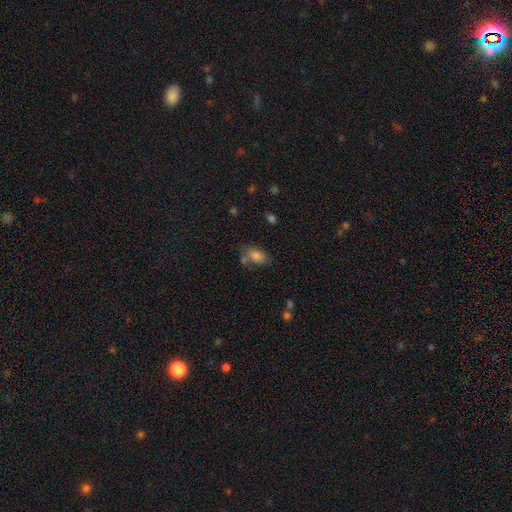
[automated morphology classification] This is likely a smooth galaxy (78%). How rounded: clearly in between (87%). Merging: possibly none (57%).